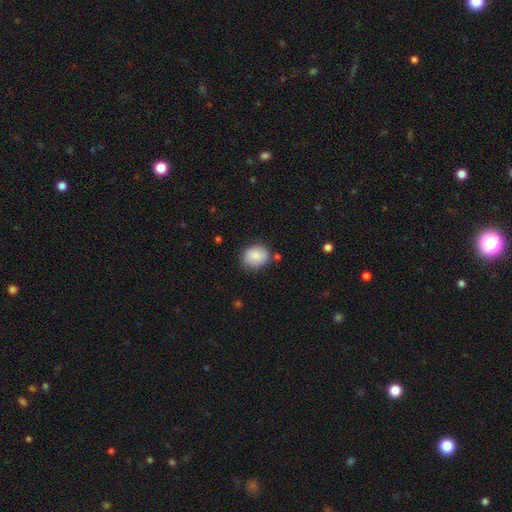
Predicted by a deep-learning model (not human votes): Morphology: type=smooth (86%); roundness=round (57%); merging=none (74%).